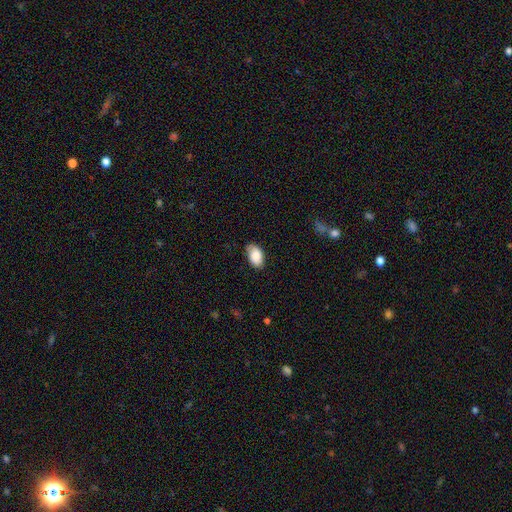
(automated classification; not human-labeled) A smooth galaxy with no disk features (83%) that is in between round and cigar-shaped (94%).

Vote fractions:
- Smooth or featured? smooth: 83% / featured or disk: 10% / star or artifact: 7%
- How rounded? in between: 94% / round: 5% / cigar-shaped: 1%
- Merging? none: 72% / minor disturbance: 23% / major disturbance: 4% / merger: 1%